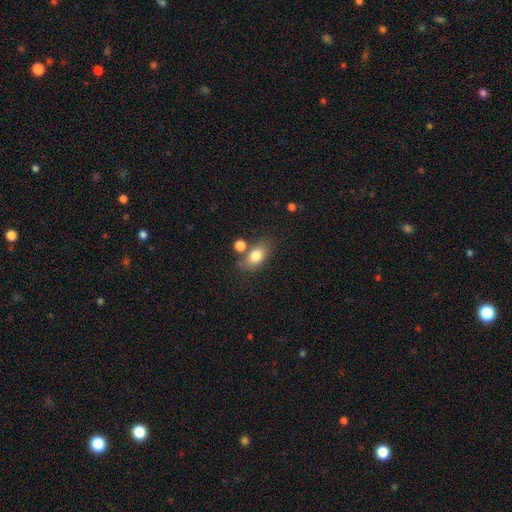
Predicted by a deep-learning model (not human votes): smooth_or_featured: smooth (p=0.79) [alt: featured or disk p=0.12]
how_rounded: in between (p=0.79) [alt: round p=0.18]
merging: none (p=0.64) [alt: merger p=0.16]